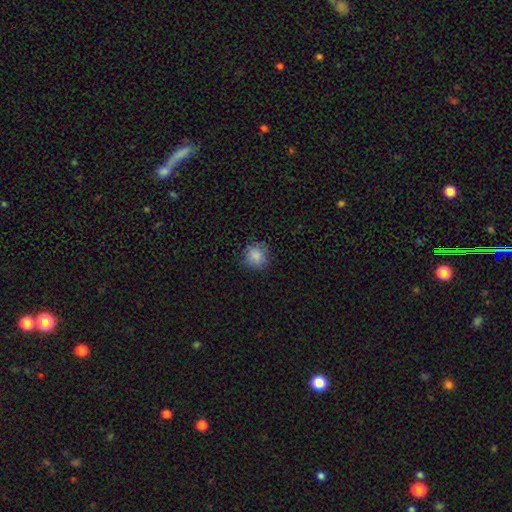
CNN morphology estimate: A smooth galaxy with no disk features (87%) that is round (91%). Merging: none (85%).